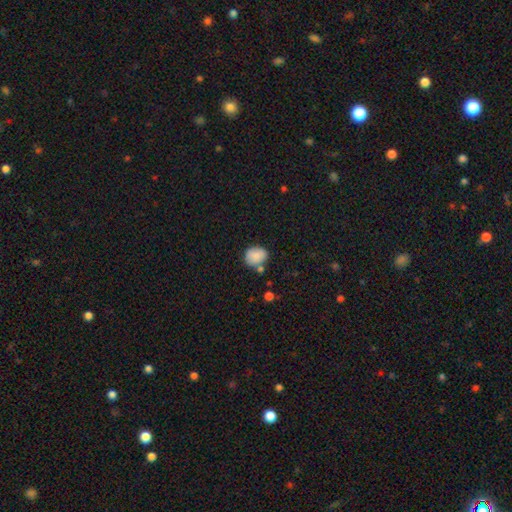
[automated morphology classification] A smooth galaxy with no disk features (82%) that is round (54%).

Vote fractions:
- Smooth or featured? smooth: 82% / featured or disk: 10% / star or artifact: 8%
- How rounded? round: 54% / in between: 45% / cigar-shaped: 1%
- Merging? none: 66% / minor disturbance: 18% / merger: 12% / major disturbance: 4%